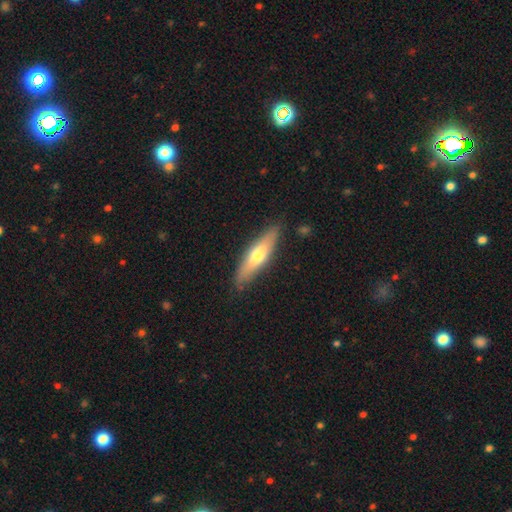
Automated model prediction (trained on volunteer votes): Smooth or featured? Predicted: smooth (p=0.56). How rounded? Predicted: cigar-shaped (p=0.68). Merging? Predicted: none (p=0.84).